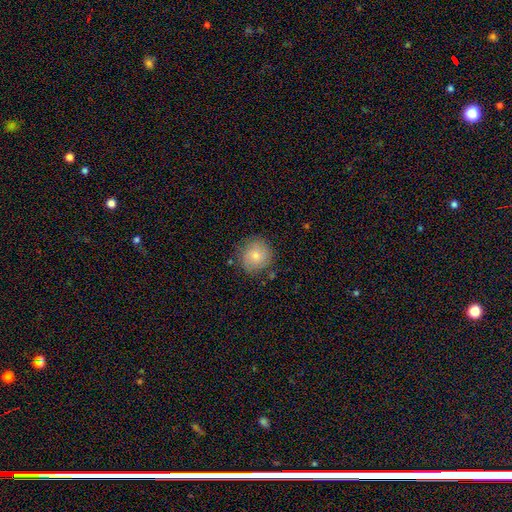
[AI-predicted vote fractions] The model was most divided on "smooth or featured": smooth: 74%, featured or disk: 18%, star or artifact: 8%. More confident: how rounded — round (90%); merging — none (80%).